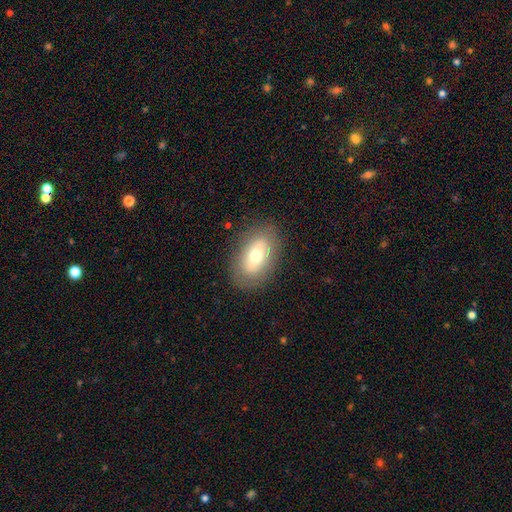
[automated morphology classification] Overall: smooth (61%; featured or disk 31%). How rounded: in between (89%). Merging: none (83%).